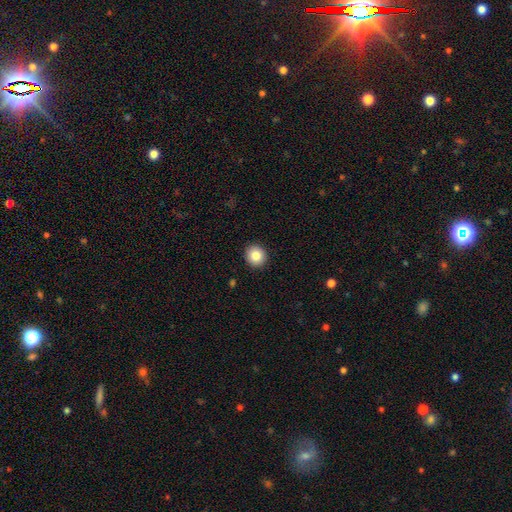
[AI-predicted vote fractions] Smooth or featured?
  - smooth: 84% *
  - star or artifact: 9%
  - featured or disk: 7%
How rounded?
  - round: 87% *
  - in between: 12%
  - cigar-shaped: 1%
Merging?
  - none: 92% *
  - minor disturbance: 5%
  - major disturbance: 2%
  - merger: 1%